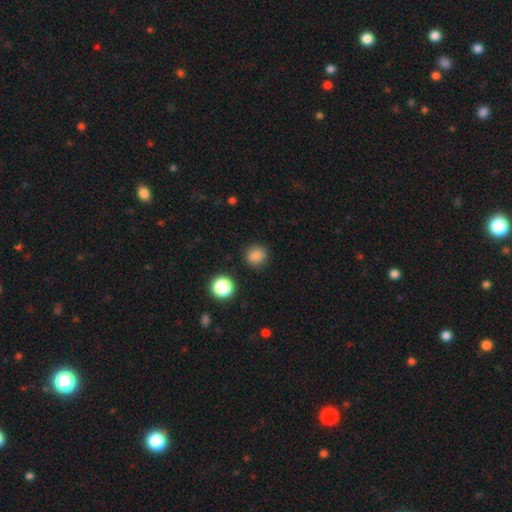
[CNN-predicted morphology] smooth-or-featured: smooth: 83% | star or artifact: 13% | featured or disk: 4%
  how-rounded: round: 84% | in between: 15% | cigar-shaped: 1%
  merging: none: 87% | minor disturbance: 9% | major disturbance: 3% | merger: 2%